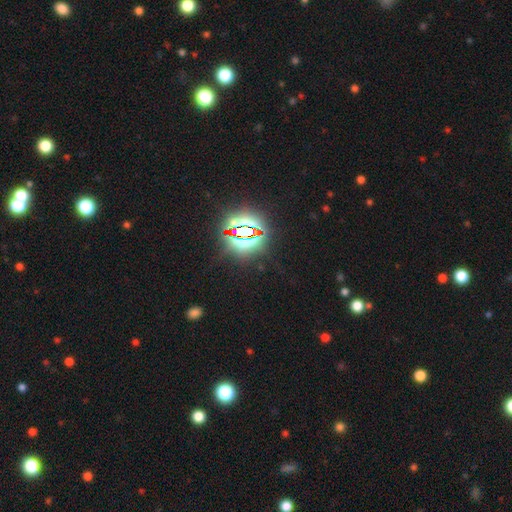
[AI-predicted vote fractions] A star or artifact, not a galaxy (84%).